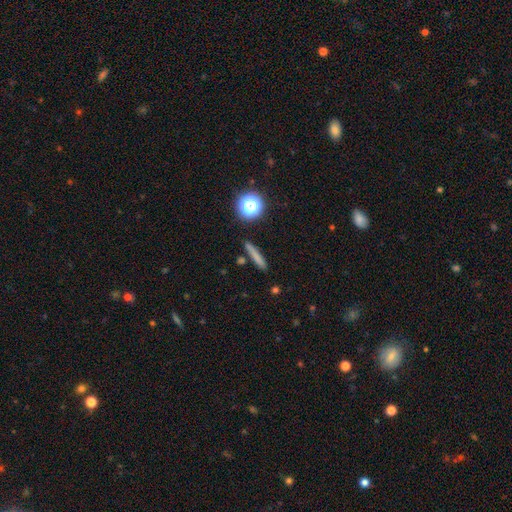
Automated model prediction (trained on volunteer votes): Smooth or featured? Predicted: smooth (p=0.72). How rounded? Predicted: cigar-shaped (p=0.88). Merging? Predicted: none (p=0.86).